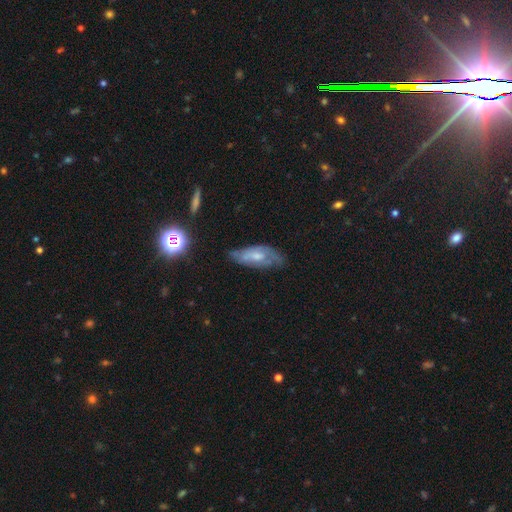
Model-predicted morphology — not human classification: Q: Smooth or featured?
A: featured or disk (52%); runner-up: smooth (39%)
Q: Edge-on disk?
A: no (84%); runner-up: yes (16%)
Q: Merging?
A: none (50%); runner-up: minor disturbance (34%)